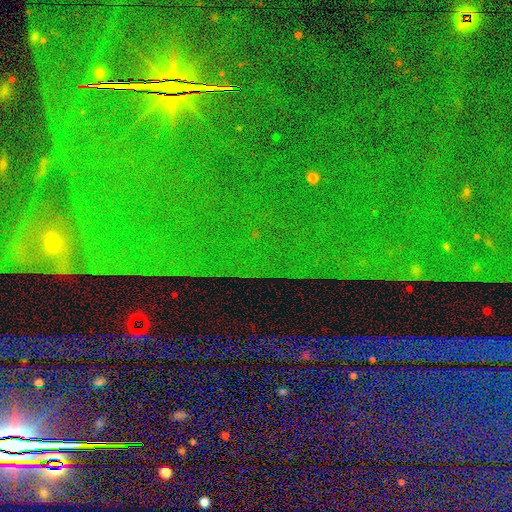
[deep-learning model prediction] Smooth or featured? Predicted: star or artifact (p=0.87).